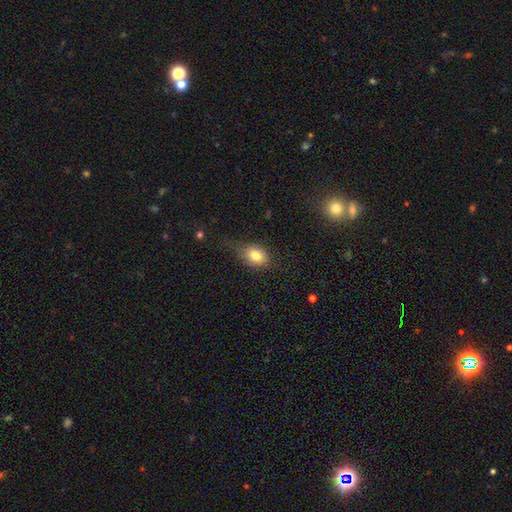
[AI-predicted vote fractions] A smooth galaxy with no disk features (79%) that is in between round and cigar-shaped (69%). Merging: none (63%).